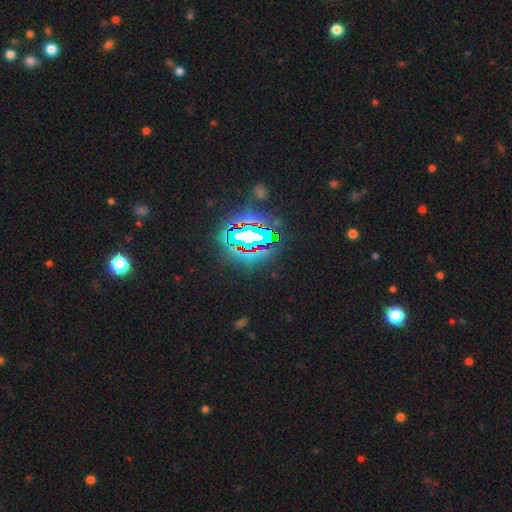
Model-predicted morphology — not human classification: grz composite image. It shows a star or artifact, not a galaxy (84%).